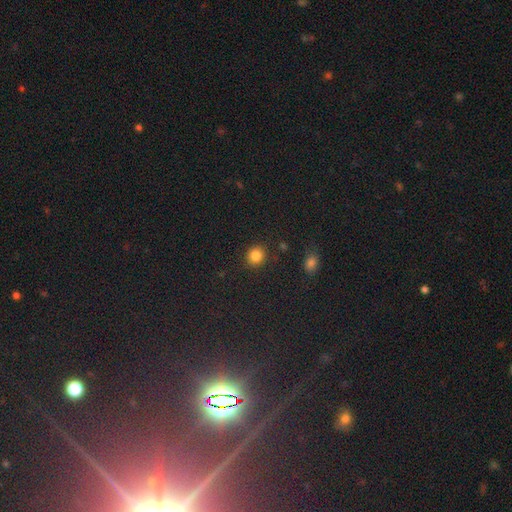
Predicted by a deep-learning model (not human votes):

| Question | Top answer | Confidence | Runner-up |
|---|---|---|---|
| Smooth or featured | smooth | 84% | star or artifact (11%) |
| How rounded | round | 85% | in between (15%) |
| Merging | none | 88% | minor disturbance (7%) |